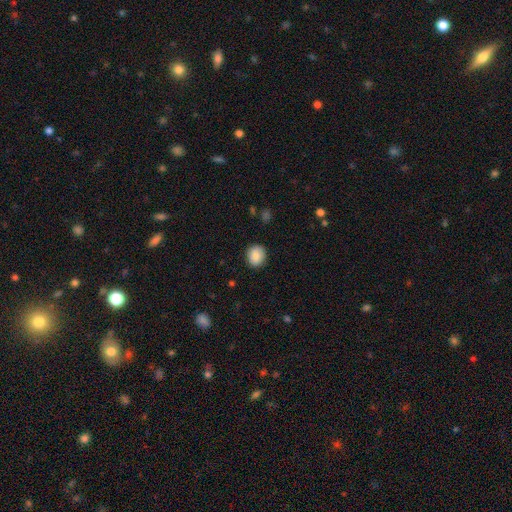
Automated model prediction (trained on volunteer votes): Morphology: type=smooth (88%); roundness=round (72%); merging=none (89%).